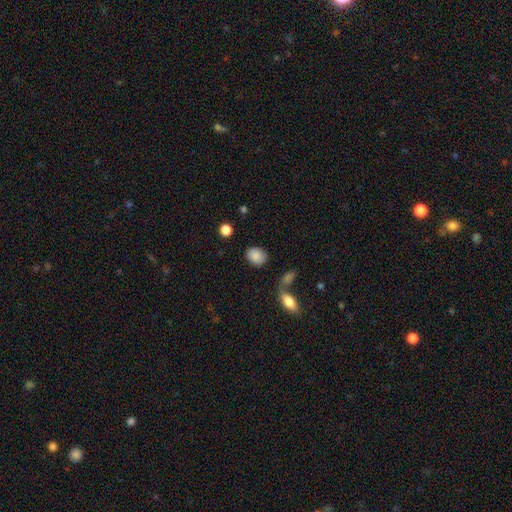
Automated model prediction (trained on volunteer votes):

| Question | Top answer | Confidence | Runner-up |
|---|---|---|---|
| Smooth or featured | smooth | 87% | star or artifact (7%) |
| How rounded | in between | 51% | round (48%) |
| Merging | none | 77% | minor disturbance (13%) |